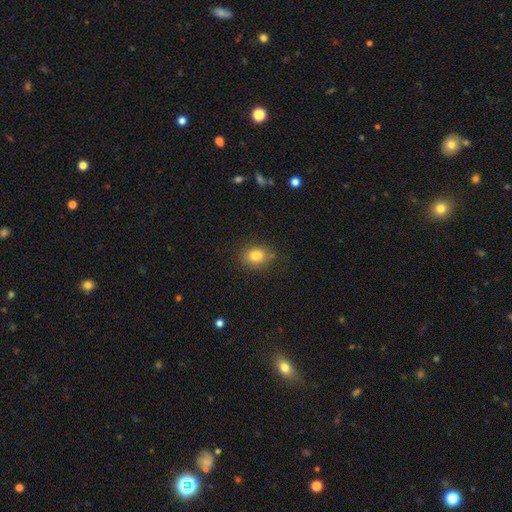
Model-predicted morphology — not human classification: This appears to be a smooth galaxy with no disk features (82%) that is in between round and cigar-shaped (52%). Merging: none (78%).